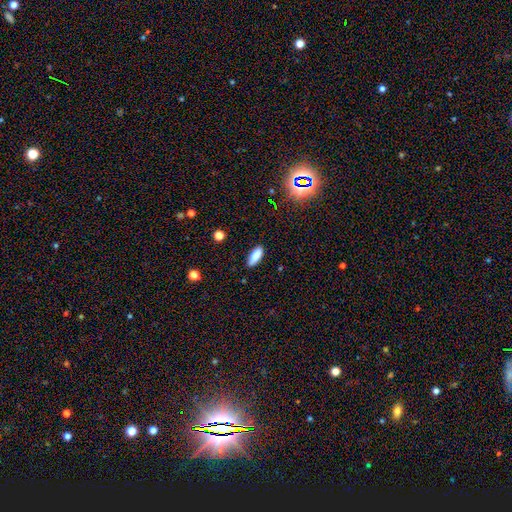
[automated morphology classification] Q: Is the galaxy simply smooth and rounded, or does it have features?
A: smooth — 85%.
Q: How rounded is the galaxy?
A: in between — 70%.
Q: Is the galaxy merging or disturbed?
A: none — 84%.